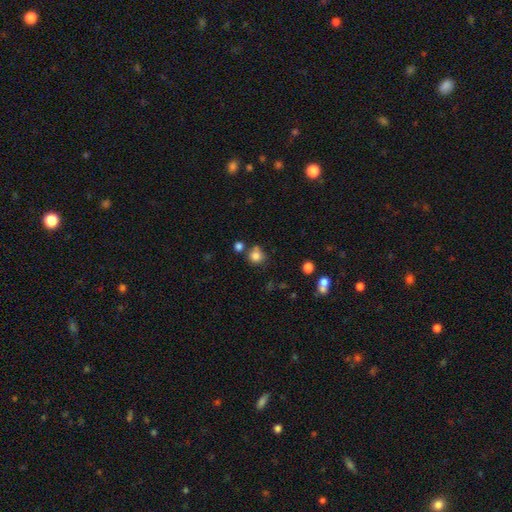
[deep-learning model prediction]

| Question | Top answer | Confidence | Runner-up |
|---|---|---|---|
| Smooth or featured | smooth | 81% | star or artifact (12%) |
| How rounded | round | 89% | in between (10%) |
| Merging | none | 66% | merger (16%) |